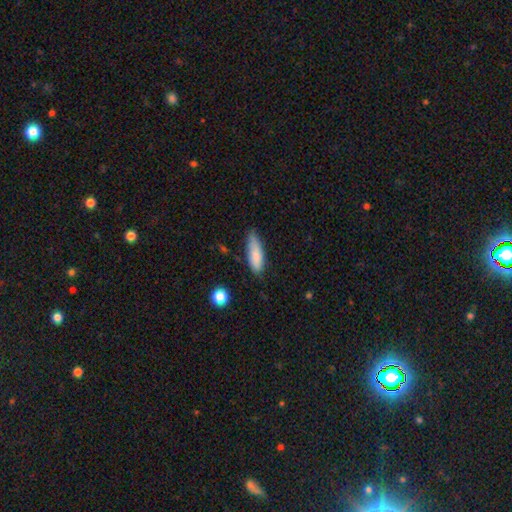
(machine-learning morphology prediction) A smooth galaxy with no disk features (82%) that is in between round and cigar-shaped (62%).

Vote fractions:
- Smooth or featured? smooth: 82% / featured or disk: 11% / star or artifact: 6%
- How rounded? in between: 62% / cigar-shaped: 36% / round: 2%
- Merging? none: 61% / minor disturbance: 31% / major disturbance: 5% / merger: 3%